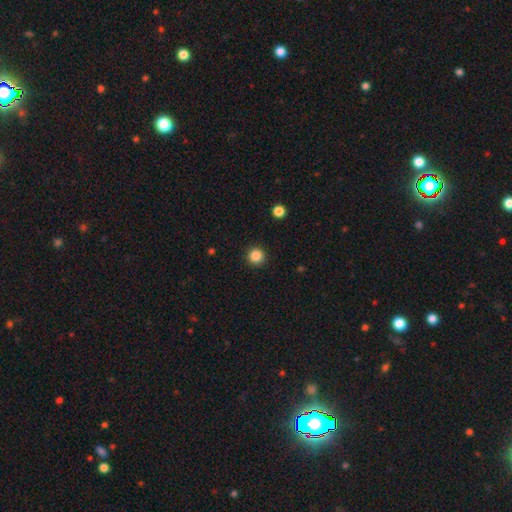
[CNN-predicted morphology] A smooth galaxy with no disk features (86%) that is round (96%). Merging: none (93%).